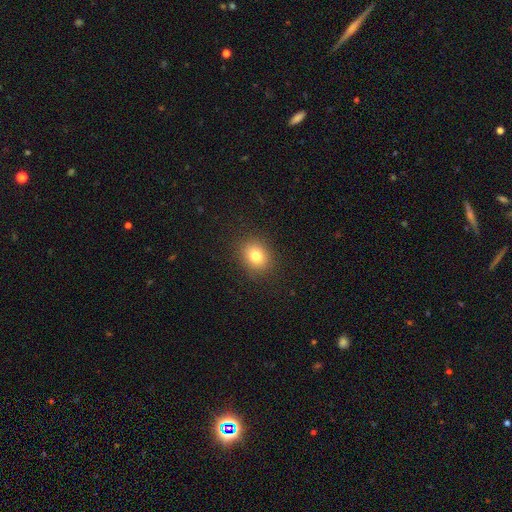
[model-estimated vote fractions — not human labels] Smooth or featured? smooth (80%)
How rounded? round (62%)
Merging? none (89%)